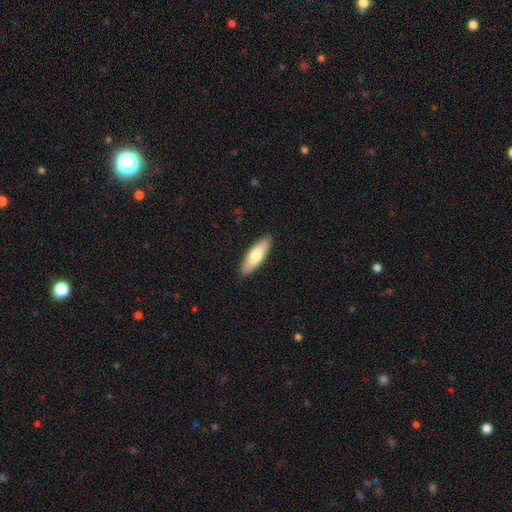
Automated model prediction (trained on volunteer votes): Smooth or featured: smooth — 73% (featured or disk — 22%)
How rounded: cigar-shaped — 53% (in between — 45%)
Merging: none — 90% (minor disturbance — 8%)